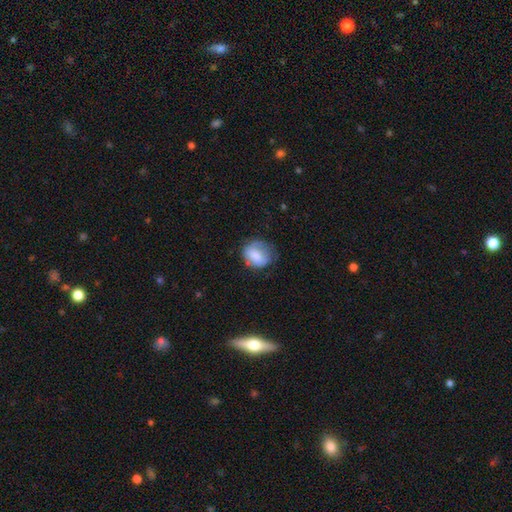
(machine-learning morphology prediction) This is likely a smooth galaxy (75%). How rounded: possibly round (59%). Merging: possibly none (51%).